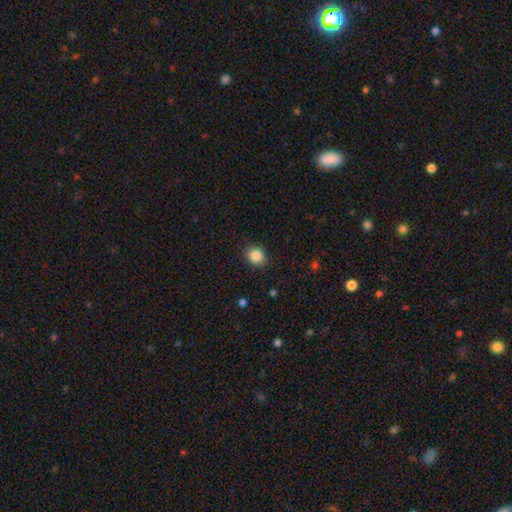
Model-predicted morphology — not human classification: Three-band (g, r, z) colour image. It shows a smooth galaxy with no disk features (86%) that is round (75%). Merging: none (88%).